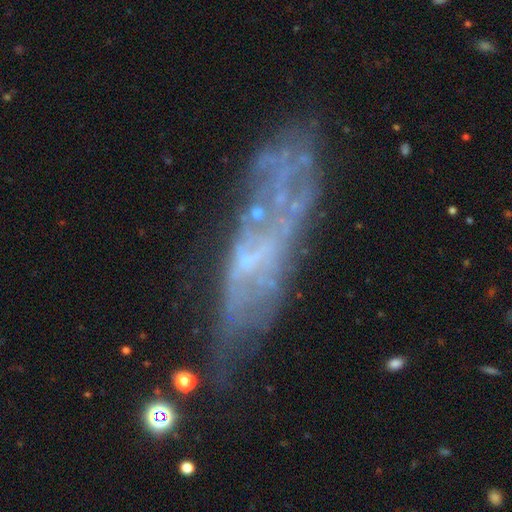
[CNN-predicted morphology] A featured or disk galaxy (66%).

Vote fractions:
- Smooth or featured? featured or disk: 66% / smooth: 20% / star or artifact: 15%
- Edge-on disk? no: 68% / yes: 32%
- Merging? none: 57% / minor disturbance: 20% / major disturbance: 17% / merger: 7%